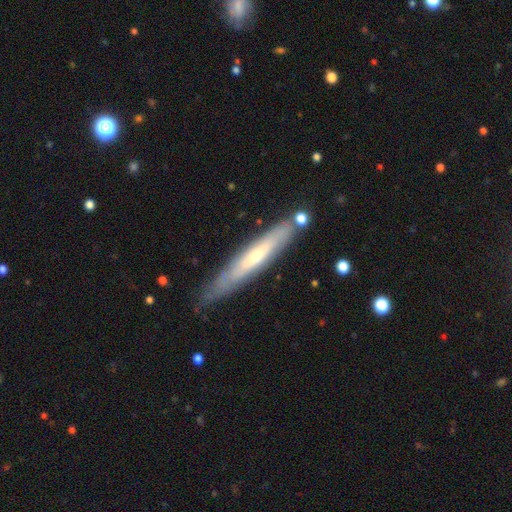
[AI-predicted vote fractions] Smooth or featured?
  - featured or disk: 55% *
  - smooth: 39%
  - star or artifact: 6%
Edge-on disk?
  - yes: 75% *
  - no: 25%
Merging?
  - none: 75% *
  - minor disturbance: 17%
  - merger: 4%
  - major disturbance: 4%